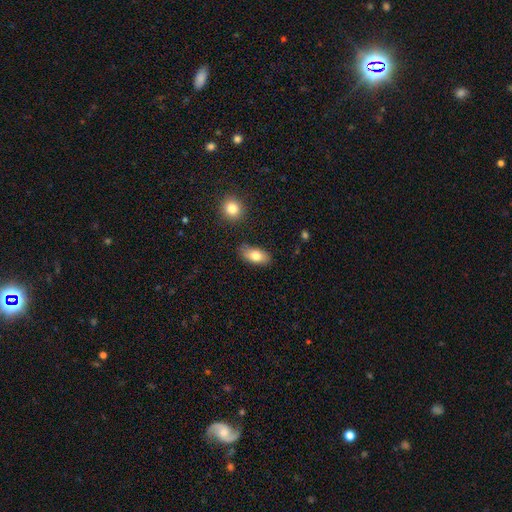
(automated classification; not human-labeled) Smooth or featured? smooth (78%)
How rounded? in between (89%)
Merging? none (82%)